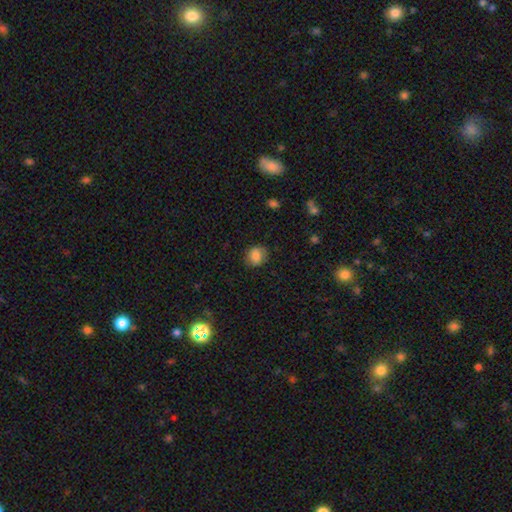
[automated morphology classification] smooth-or-featured: smooth: 83% | star or artifact: 9% | featured or disk: 8%
  how-rounded: round: 67% | in between: 31% | cigar-shaped: 1%
  merging: none: 82% | minor disturbance: 13% | major disturbance: 4% | merger: 1%